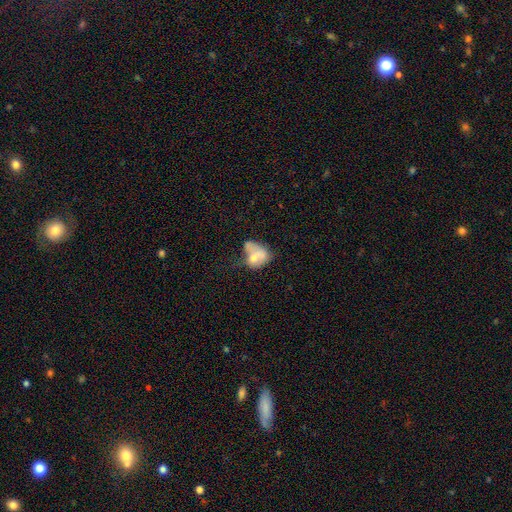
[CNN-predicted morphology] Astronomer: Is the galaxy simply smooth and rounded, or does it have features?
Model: smooth — 60%.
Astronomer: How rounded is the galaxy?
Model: in between — 65%.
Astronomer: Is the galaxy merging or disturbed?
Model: merger — 41% (runner-up: none, 20%).